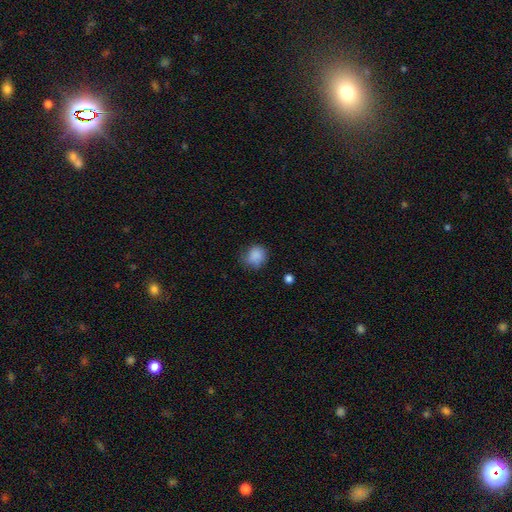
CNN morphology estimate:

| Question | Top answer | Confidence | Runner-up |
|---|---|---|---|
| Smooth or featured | smooth | 86% | star or artifact (9%) |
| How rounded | round | 81% | in between (18%) |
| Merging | none | 67% | minor disturbance (25%) |